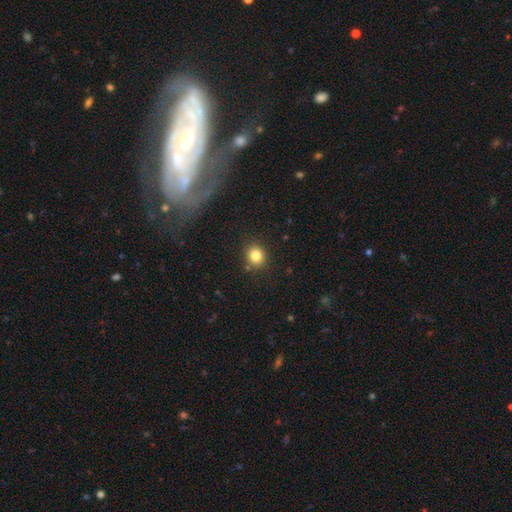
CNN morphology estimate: A smooth galaxy with no disk features (83%) that is round (78%). Merging: none (86%).